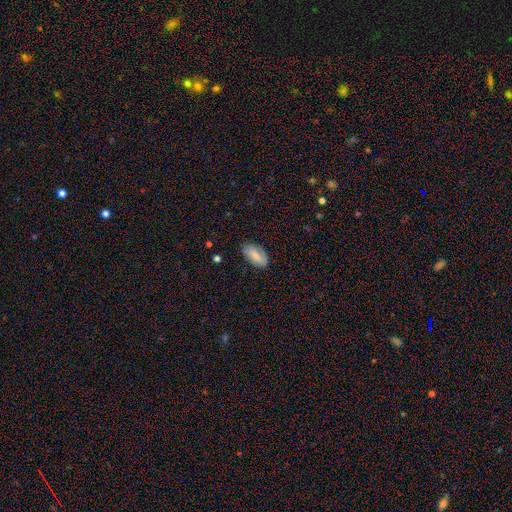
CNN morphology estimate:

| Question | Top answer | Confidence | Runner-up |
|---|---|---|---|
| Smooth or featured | smooth | 82% | featured or disk (11%) |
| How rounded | in between | 93% | cigar-shaped (5%) |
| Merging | none | 80% | minor disturbance (15%) |